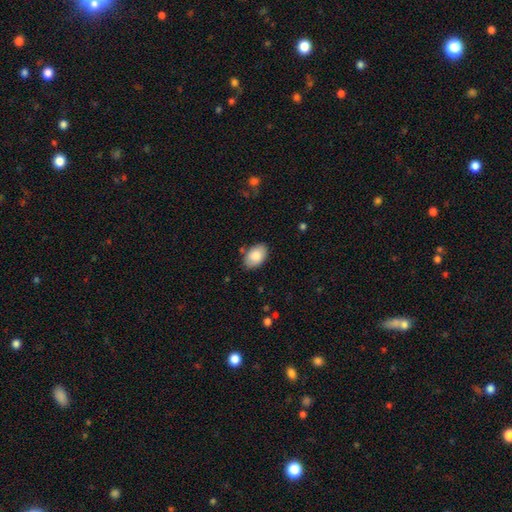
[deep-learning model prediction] smooth-or-featured: smooth: 86% | featured or disk: 8% | star or artifact: 6%
  how-rounded: in between: 91% | round: 7% | cigar-shaped: 1%
  merging: none: 82% | minor disturbance: 13% | major disturbance: 3% | merger: 2%